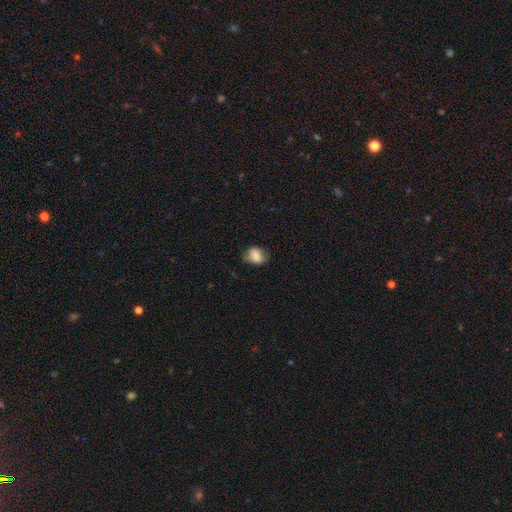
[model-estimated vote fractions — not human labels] Smooth or featured? Predicted: smooth (p=0.81). How rounded? Predicted: in between (p=0.59). Merging? Predicted: none (p=0.68).